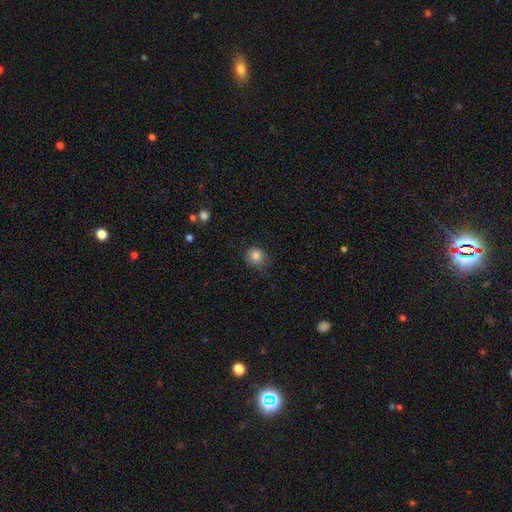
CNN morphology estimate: smooth-or-featured: smooth: 84% | star or artifact: 11% | featured or disk: 5%
  how-rounded: round: 86% | in between: 13% | cigar-shaped: 1%
  merging: none: 75% | minor disturbance: 19% | major disturbance: 4% | merger: 1%